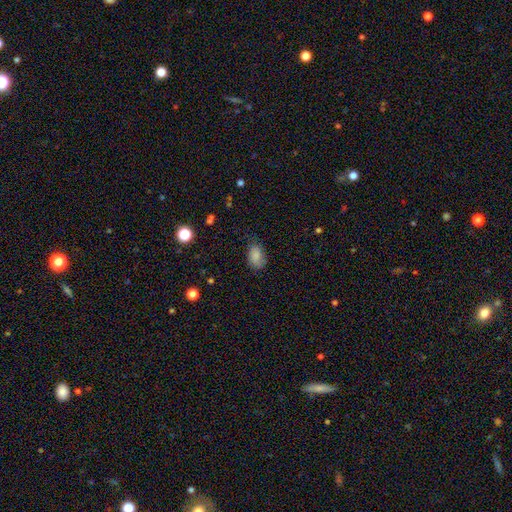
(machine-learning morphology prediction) Q: Smooth or featured?
A: smooth (84%); runner-up: star or artifact (9%)
Q: How rounded?
A: in between (88%); runner-up: round (10%)
Q: Merging?
A: none (69%); runner-up: minor disturbance (24%)